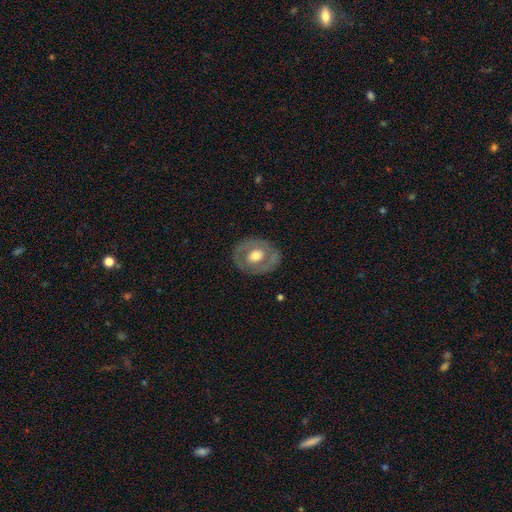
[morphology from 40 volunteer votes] Smooth or featured?
  - featured or disk: 50% *
  - smooth: 42%
  - star or artifact: 8%
Edge-on disk?
  - no: 100% *
  - yes: 0%
Bar?
  - no: 65% *
  - weak: 30%
  - strong: 5%
Spiral arms?
  - no: 75% *
  - yes: 25%
Bulge size?
  - moderate: 55% *
  - large: 40%
  - dominant: 5%
  - small: 0%
  - none: 0%
Merging?
  - none: 76% *
  - minor disturbance: 16%
  - major disturbance: 8%
  - merger: 0%